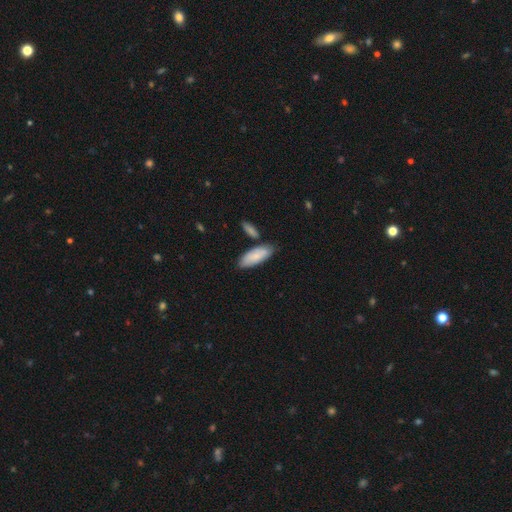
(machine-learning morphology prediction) Smooth or featured: smooth — 81% (featured or disk — 14%)
How rounded: in between — 77% (cigar-shaped — 21%)
Merging: none — 69% (minor disturbance — 16%)